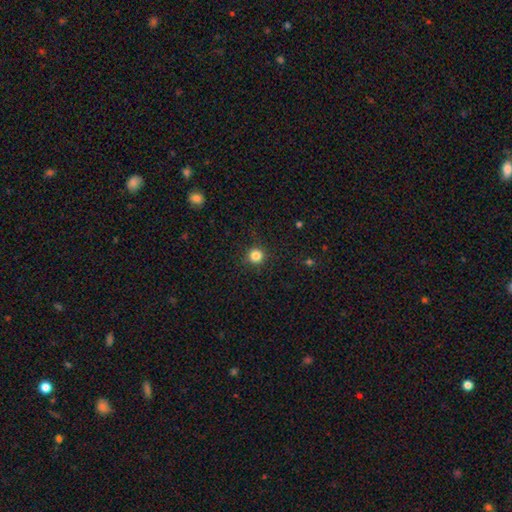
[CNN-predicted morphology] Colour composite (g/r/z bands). It shows a smooth galaxy with no disk features (84%) that is round (95%). Merging: none (90%).